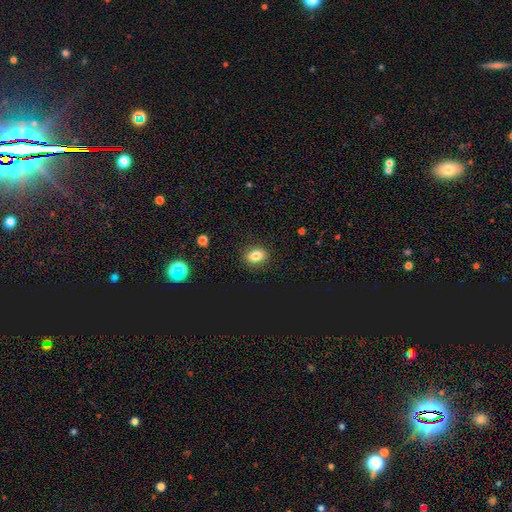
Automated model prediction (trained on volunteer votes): smooth_or_featured: smooth (p=0.78) [alt: star or artifact p=0.14]
how_rounded: in between (p=0.57) [alt: round p=0.41]
merging: none (p=0.88) [alt: minor disturbance p=0.08]